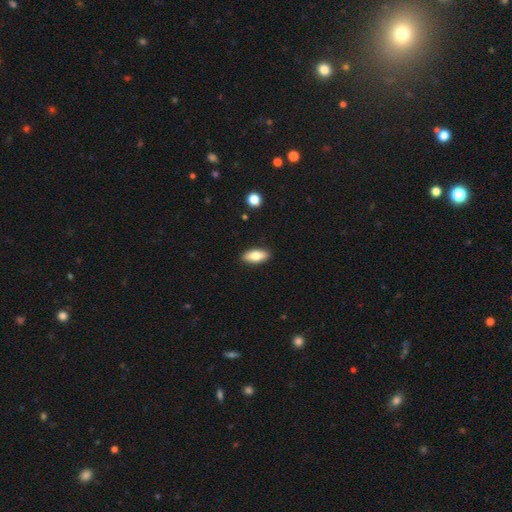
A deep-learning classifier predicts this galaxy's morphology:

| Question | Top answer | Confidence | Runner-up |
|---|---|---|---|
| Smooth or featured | smooth | 75% | featured or disk (18%) |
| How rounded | in between | 80% | cigar-shaped (18%) |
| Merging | none | 90% | minor disturbance (7%) |